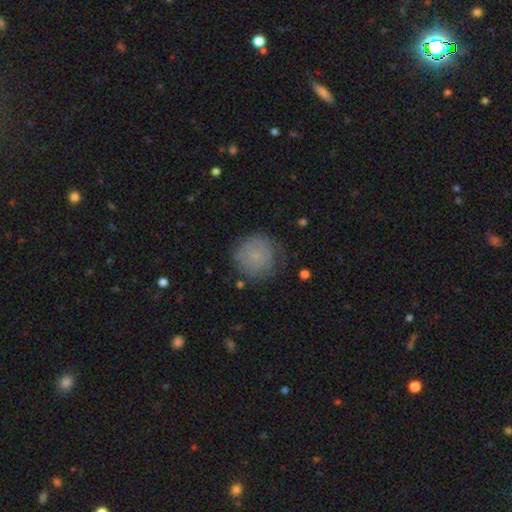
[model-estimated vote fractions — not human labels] Smooth or featured: smooth — 72% (featured or disk — 18%)
How rounded: round — 93% (in between — 6%)
Merging: none — 72% (minor disturbance — 20%)